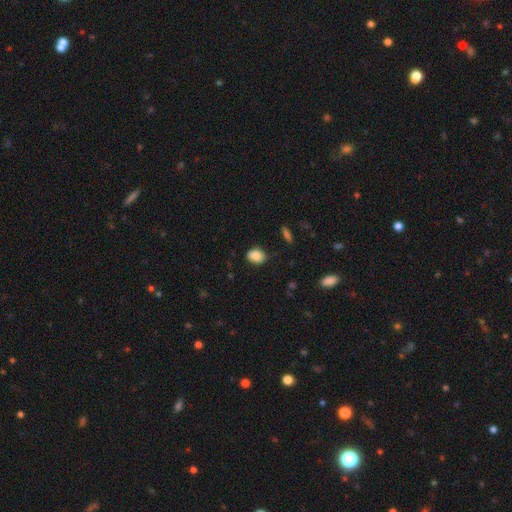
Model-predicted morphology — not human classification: type=smooth (86%); roundness=in between (57%); merging=none (77%).